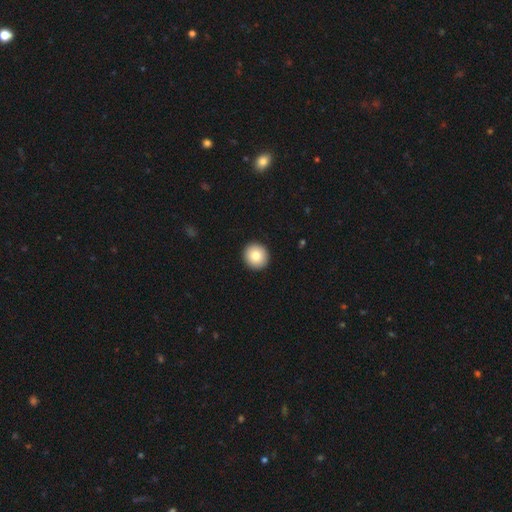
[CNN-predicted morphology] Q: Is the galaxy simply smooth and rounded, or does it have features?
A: smooth — 82%.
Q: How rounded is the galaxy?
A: round — 93%.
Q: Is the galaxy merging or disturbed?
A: none — 93%.